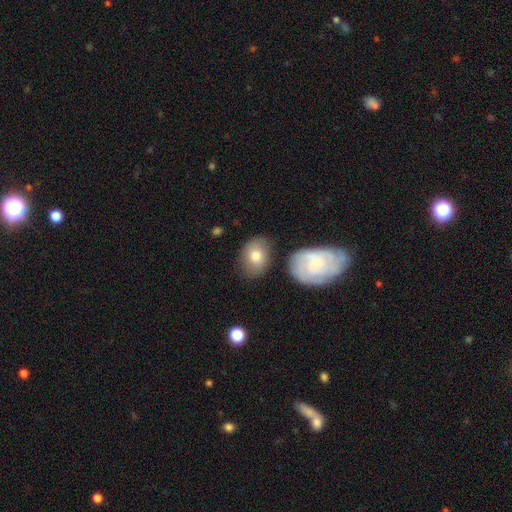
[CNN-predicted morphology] smooth_or_featured: smooth (p=0.75) [alt: featured or disk p=0.18]
how_rounded: in between (p=0.63) [alt: round p=0.35]
merging: none (p=0.72) [alt: minor disturbance p=0.15]